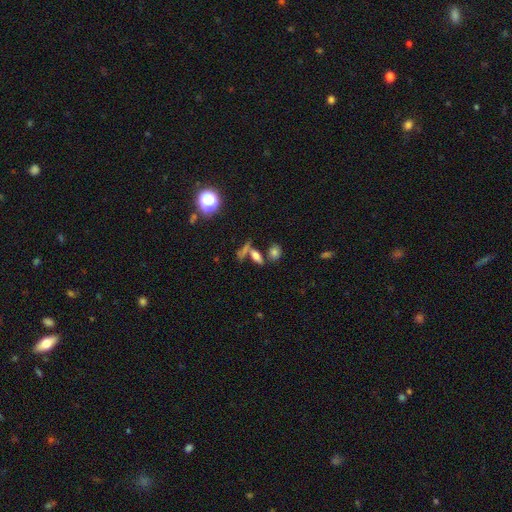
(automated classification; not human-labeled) This is possibly a smooth galaxy (59%). How rounded: possibly in between (47%). Merging: possibly none (57%).